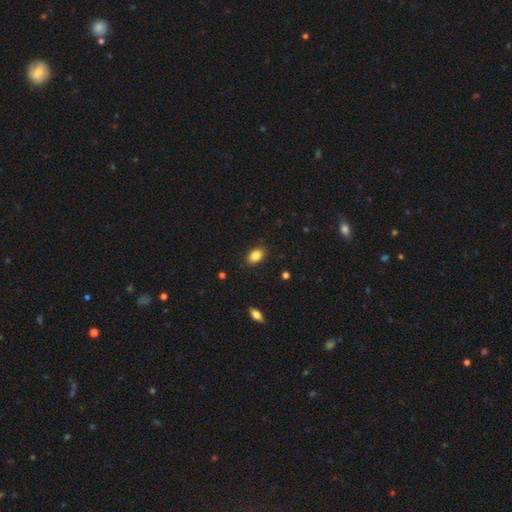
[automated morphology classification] Smooth or featured? Predicted: smooth (p=0.85). How rounded? Predicted: in between (p=0.85). Merging? Predicted: none (p=0.87).